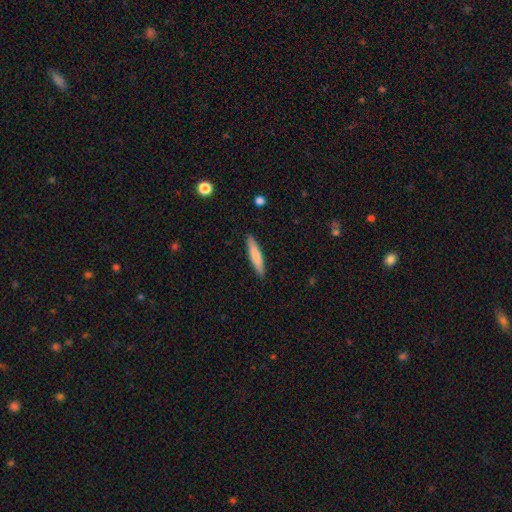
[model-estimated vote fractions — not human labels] This is likely a smooth galaxy (77%). How rounded: clearly cigar-shaped (88%). Merging: clearly none (90%).